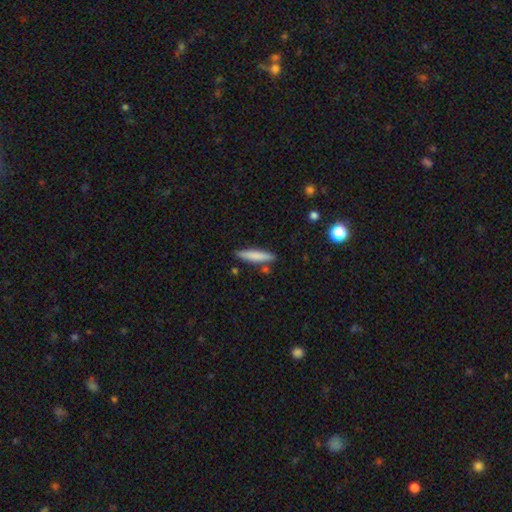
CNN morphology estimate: This appears to be a smooth galaxy with no disk features (78%) that is cigar-shaped (88%). Merging: none (83%).